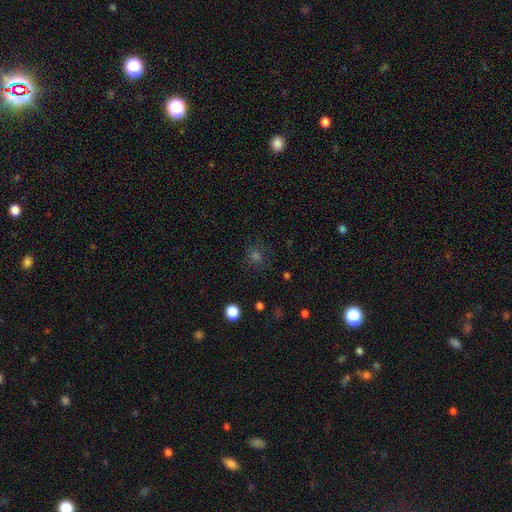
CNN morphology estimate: Smooth or featured: smooth — 59% (star or artifact — 32%)
How rounded: round — 74% (in between — 24%)
Merging: none — 82% (minor disturbance — 11%)